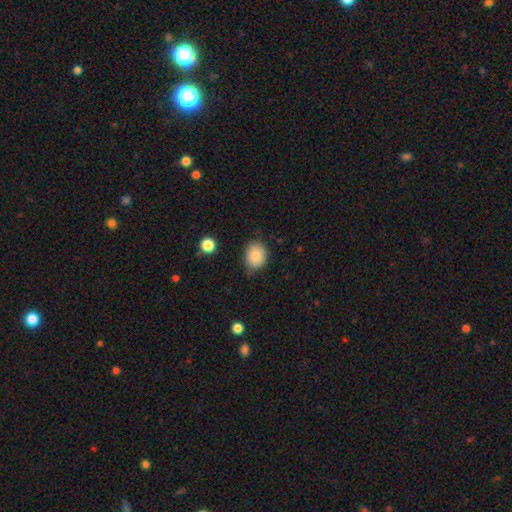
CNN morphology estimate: smooth 85%, star or artifact 9%, featured or disk 6%. Down the decision tree: how rounded — round (53%); merging — none (76%).